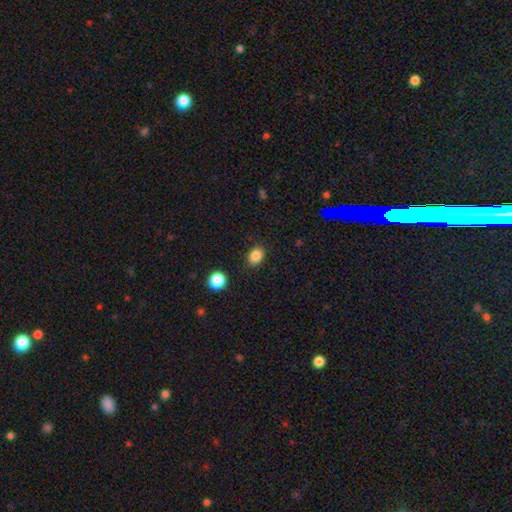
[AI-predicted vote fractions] smooth_or_featured: smooth (p=0.85) [alt: star or artifact p=0.11]
how_rounded: in between (p=0.57) [alt: round p=0.42]
merging: none (p=0.87) [alt: minor disturbance p=0.09]